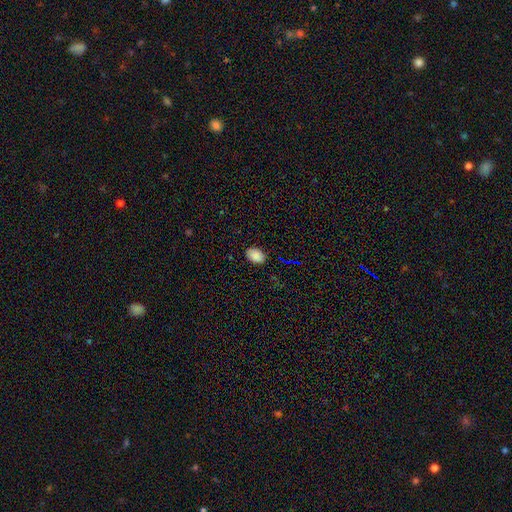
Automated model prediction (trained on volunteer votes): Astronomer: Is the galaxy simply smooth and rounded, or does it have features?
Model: smooth — 87%.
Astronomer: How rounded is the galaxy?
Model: in between — 84%.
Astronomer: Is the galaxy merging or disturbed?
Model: none — 87%.